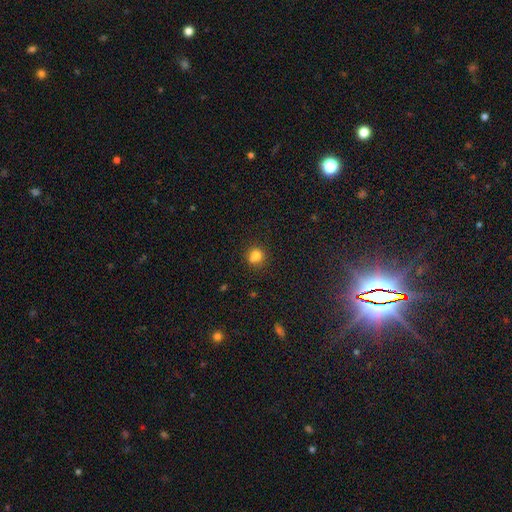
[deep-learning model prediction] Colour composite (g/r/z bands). It shows a smooth galaxy with no disk features (80%) that is round (85%). Merging: none (69%).